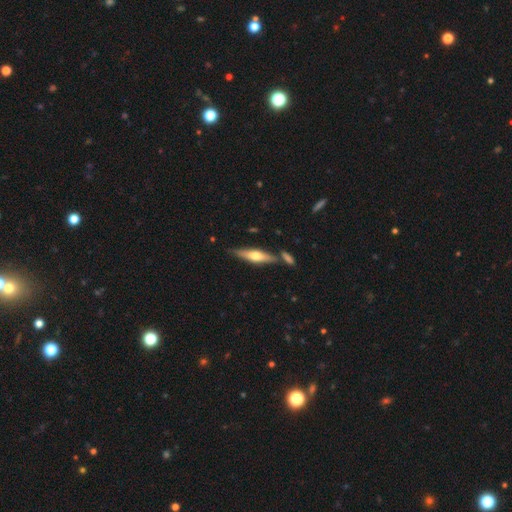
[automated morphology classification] Smooth or featured? featured or disk (52%)
Edge-on disk? yes (92%)
Merging? none (74%)